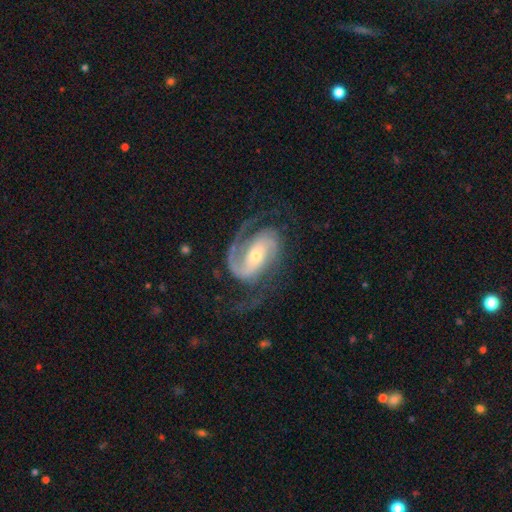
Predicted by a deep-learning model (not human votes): smooth-or-featured: featured or disk: 91% | smooth: 5% | star or artifact: 4%
  disk-edge-on: no: 97% | yes: 3%
    bar: no: 37% | weak: 35% | strong: 28%
    has-spiral-arms: yes: 98% | no: 2%
      spiral-winding: medium: 50% | tight: 34% | loose: 16%
      spiral-arm-count: 2: 80% | 3: 7% | 1: 6% | can't tell: 4% | 4: 2% | more than 4: 2%
    bulge-size: small: 54% | moderate: 40% | large: 4% | none: 1% | dominant: 1%
  merging: none: 67% | major disturbance: 16% | minor disturbance: 16% | merger: 1%